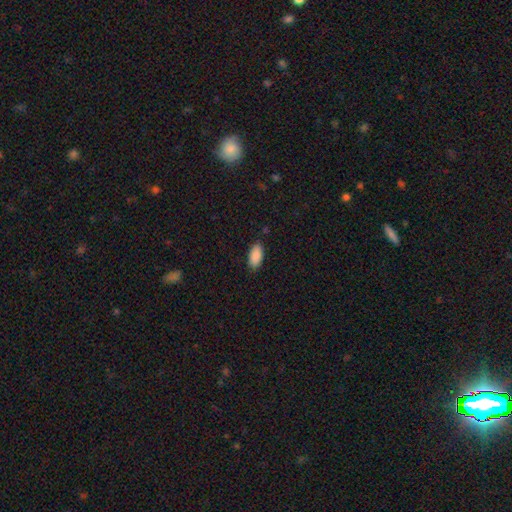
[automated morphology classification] A smooth galaxy with no disk features (89%) that is in between round and cigar-shaped (92%).

Vote fractions:
- Smooth or featured? smooth: 89% / star or artifact: 7% / featured or disk: 4%
- How rounded? in between: 92% / cigar-shaped: 6% / round: 2%
- Merging? none: 87% / minor disturbance: 10% / major disturbance: 2% / merger: 1%